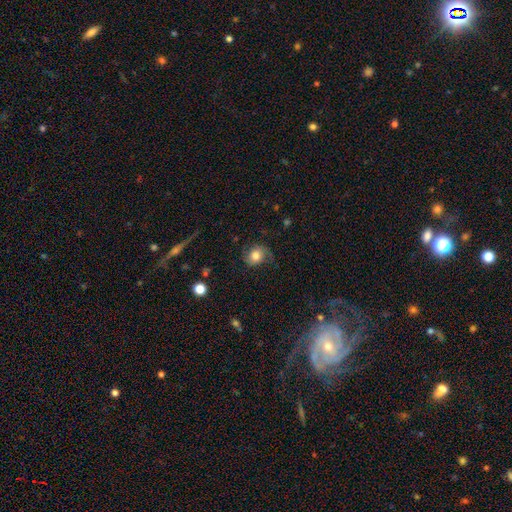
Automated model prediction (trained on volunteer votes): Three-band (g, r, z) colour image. It shows a smooth galaxy with no disk features (56%) that is round (69%). Merging: none (65%).